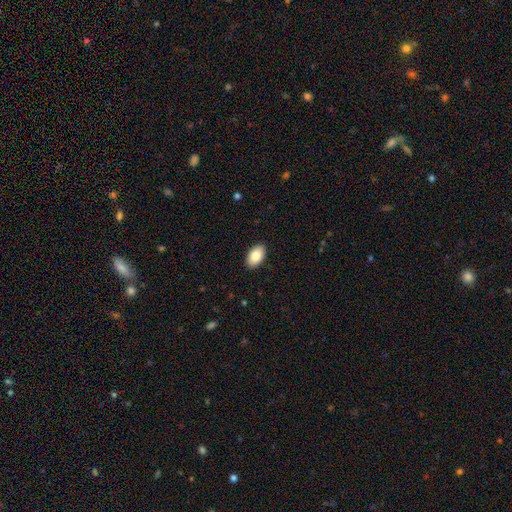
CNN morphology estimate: type=smooth (85%); roundness=in between (94%); merging=none (90%).